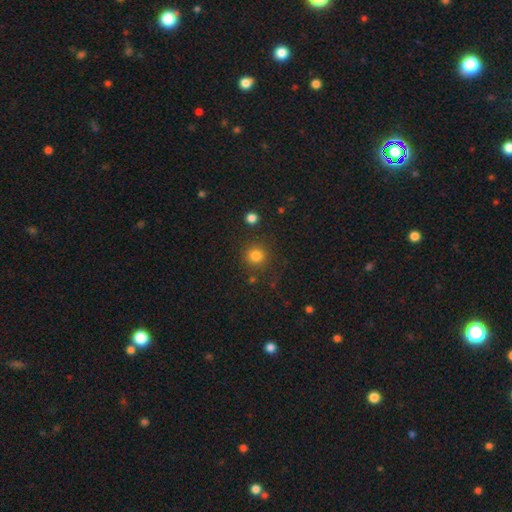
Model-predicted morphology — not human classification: Q: Smooth or featured?
A: smooth (82%); runner-up: star or artifact (13%)
Q: How rounded?
A: round (93%); runner-up: in between (6%)
Q: Merging?
A: none (86%); runner-up: minor disturbance (7%)